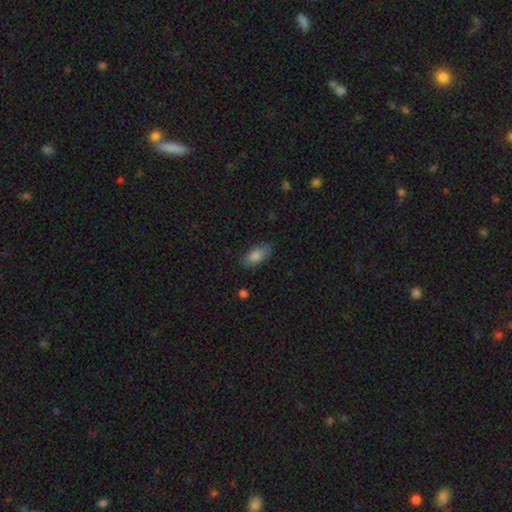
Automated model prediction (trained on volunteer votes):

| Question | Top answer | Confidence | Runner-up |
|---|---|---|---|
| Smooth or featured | smooth | 83% | featured or disk (10%) |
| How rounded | in between | 89% | cigar-shaped (8%) |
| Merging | none | 81% | minor disturbance (15%) |